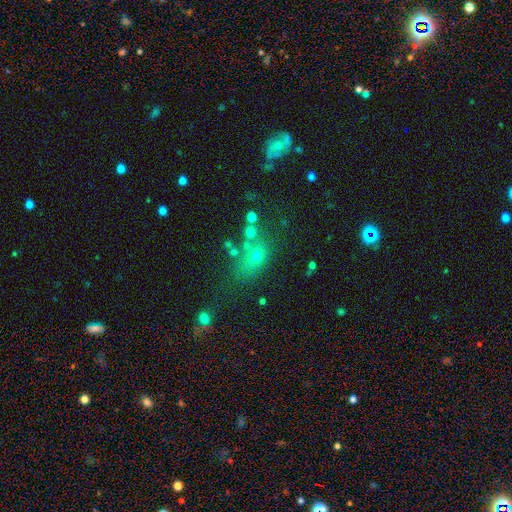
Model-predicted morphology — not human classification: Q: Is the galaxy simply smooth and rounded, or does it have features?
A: smooth — 57%.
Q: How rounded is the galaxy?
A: in between — 57%.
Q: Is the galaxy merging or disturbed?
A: none — 51%.